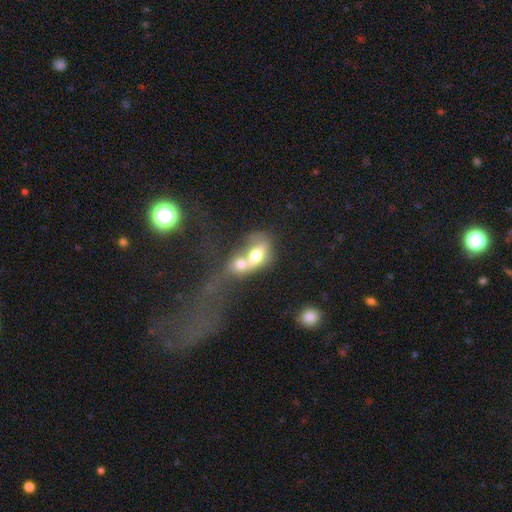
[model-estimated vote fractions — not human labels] A smooth galaxy with no disk features (58%) that is in between round and cigar-shaped (67%). Merging: merger (79%).